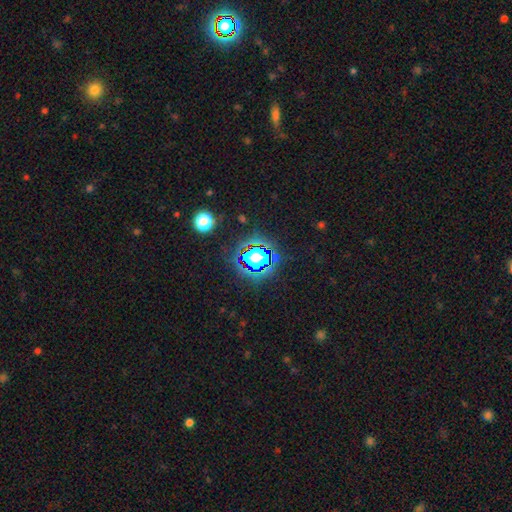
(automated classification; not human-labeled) This appears to be a star or artifact, not a galaxy (64%).